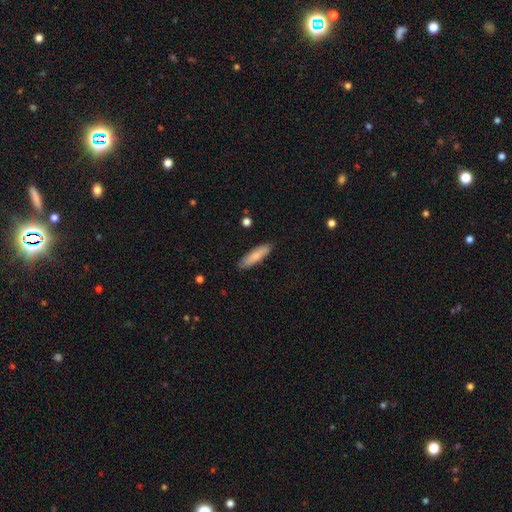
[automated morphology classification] This appears to be a smooth galaxy with no disk features (80%) that is cigar-shaped (70%). Merging: none (87%).